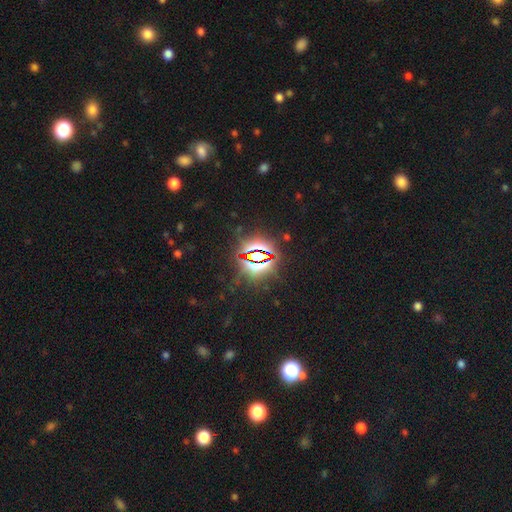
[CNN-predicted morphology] smooth-or-featured: star or artifact: 82% | smooth: 10% | featured or disk: 8%